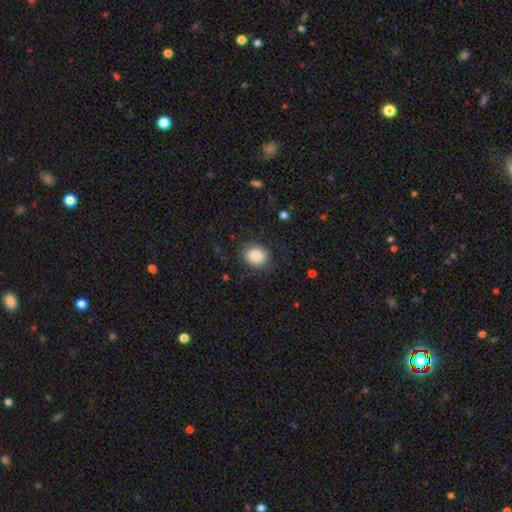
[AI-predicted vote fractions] Morphology: type=smooth (85%); roundness=round (57%); merging=none (79%).